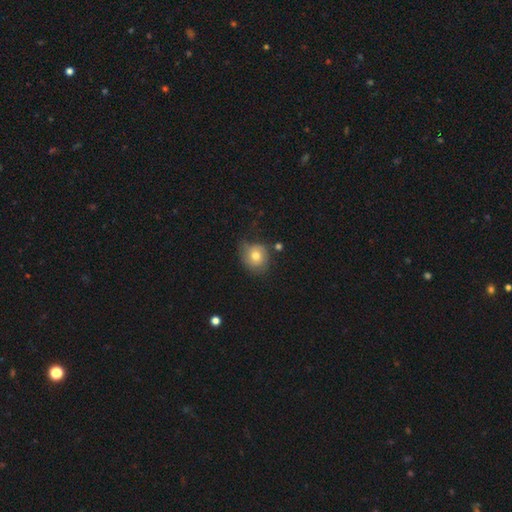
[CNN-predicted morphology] type=smooth (69%); roundness=round (81%); merging=none (56%).